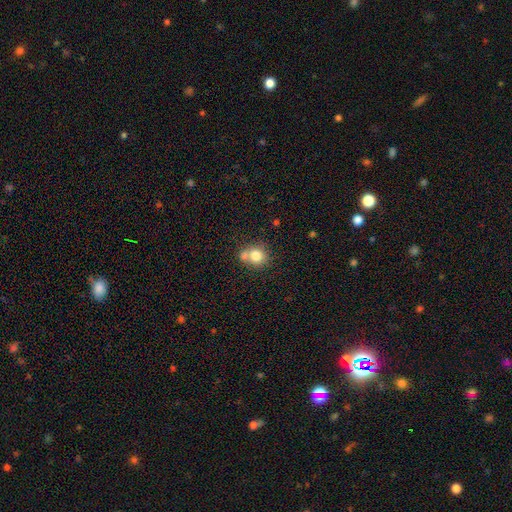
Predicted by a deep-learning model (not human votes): Smooth or featured?
  - smooth: 77% *
  - featured or disk: 13%
  - star or artifact: 10%
How rounded?
  - round: 81% *
  - in between: 18%
  - cigar-shaped: 1%
Merging?
  - none: 47% *
  - merger: 38%
  - minor disturbance: 11%
  - major disturbance: 4%